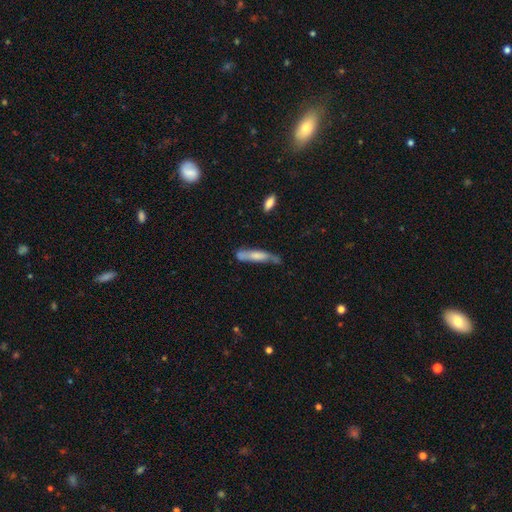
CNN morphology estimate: Smooth or featured?
  - smooth: 57% *
  - featured or disk: 37%
  - star or artifact: 6%
How rounded?
  - cigar-shaped: 84% *
  - in between: 15%
  - round: 2%
Merging?
  - none: 55% *
  - minor disturbance: 29%
  - major disturbance: 10%
  - merger: 6%